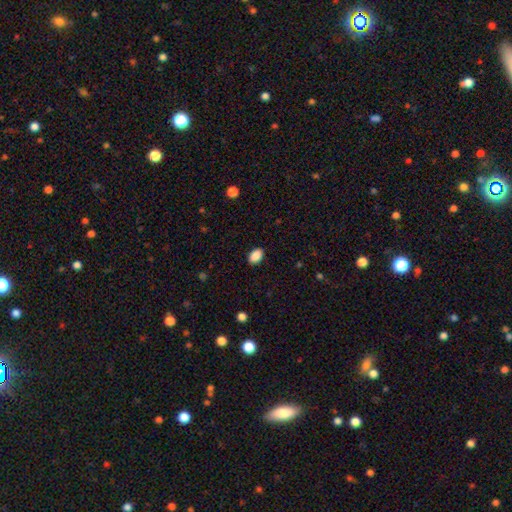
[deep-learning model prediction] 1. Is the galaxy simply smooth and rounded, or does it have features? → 89% smooth, 8% star or artifact, 3% featured or disk.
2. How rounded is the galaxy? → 89% in between, 10% round, 1% cigar-shaped.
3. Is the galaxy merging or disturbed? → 89% none, 8% minor disturbance, 2% major disturbance, 1% merger.